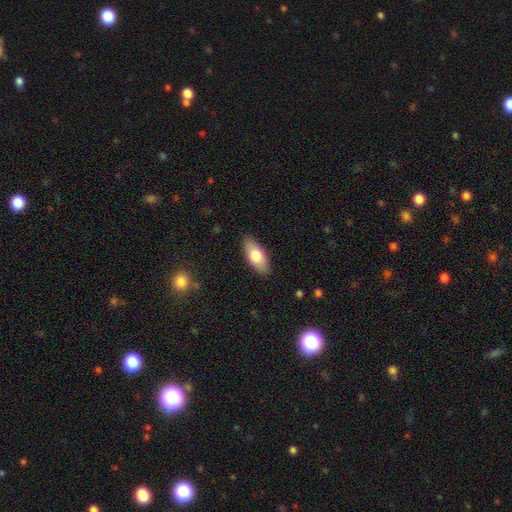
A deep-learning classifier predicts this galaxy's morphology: Smooth or featured: smooth — 75% (featured or disk — 19%)
How rounded: in between — 85% (cigar-shaped — 13%)
Merging: none — 87% (minor disturbance — 10%)